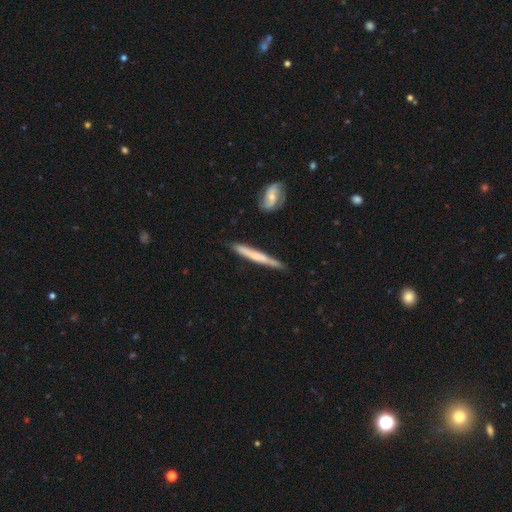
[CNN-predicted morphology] smooth 48%, featured or disk 47%, star or artifact 5%. Down the decision tree: merging — none (80%).